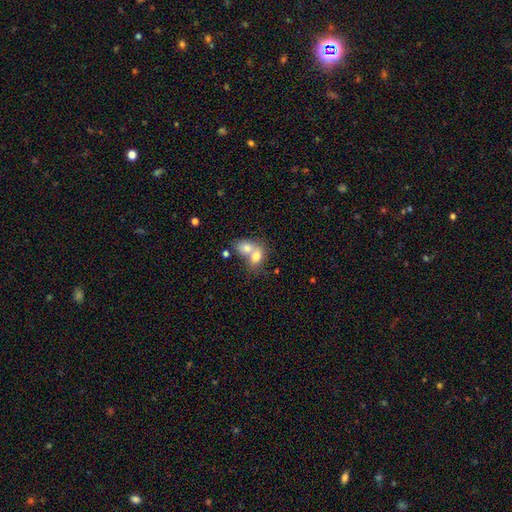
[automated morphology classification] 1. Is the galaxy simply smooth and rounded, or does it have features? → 74% smooth, 18% featured or disk, 8% star or artifact.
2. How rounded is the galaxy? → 63% in between, 35% round, 1% cigar-shaped.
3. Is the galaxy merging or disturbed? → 72% merger, 18% none, 6% minor disturbance, 3% major disturbance.